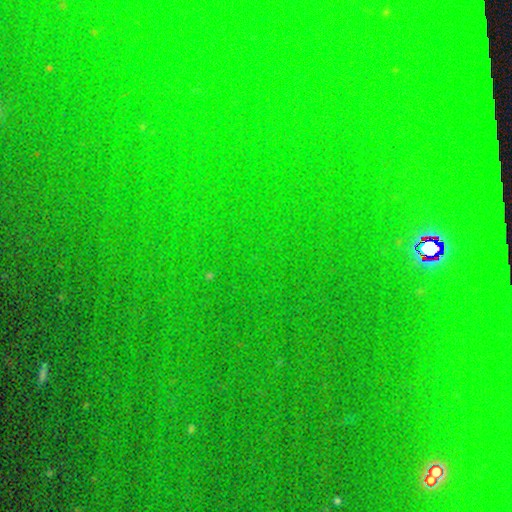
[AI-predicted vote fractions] Smooth or featured? Predicted: star or artifact (p=0.79).